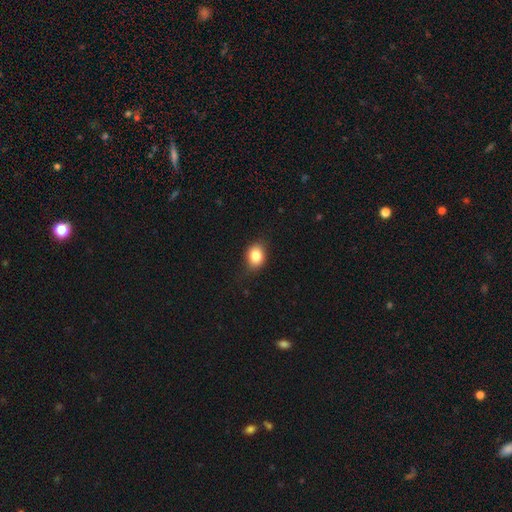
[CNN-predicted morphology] Smooth or featured: smooth — 84% (star or artifact — 9%)
How rounded: in between — 56% (round — 43%)
Merging: none — 78% (minor disturbance — 17%)